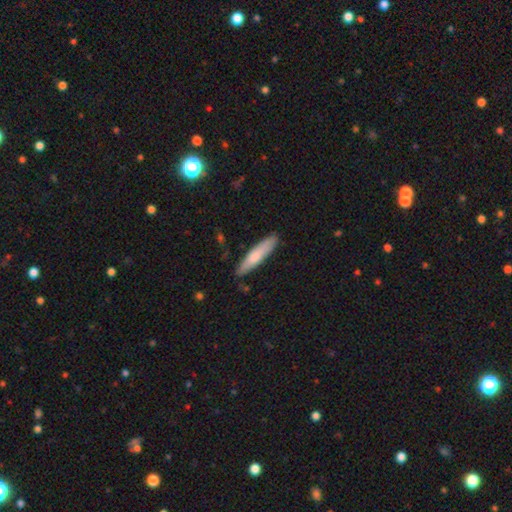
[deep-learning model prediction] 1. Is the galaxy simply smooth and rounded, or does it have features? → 74% smooth, 21% featured or disk, 5% star or artifact.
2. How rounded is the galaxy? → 83% cigar-shaped, 15% in between, 1% round.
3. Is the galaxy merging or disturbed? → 86% none, 11% minor disturbance, 2% major disturbance, 1% merger.